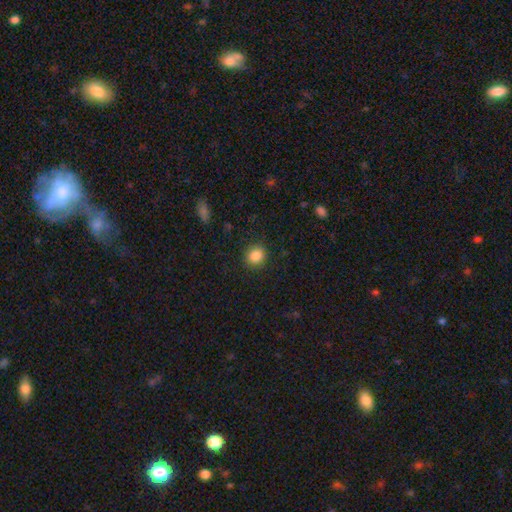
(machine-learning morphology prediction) The model was most divided on "how rounded": round: 77%, in between: 22%, cigar-shaped: 1%. More confident: merging — none (89%); smooth or featured — smooth (86%).